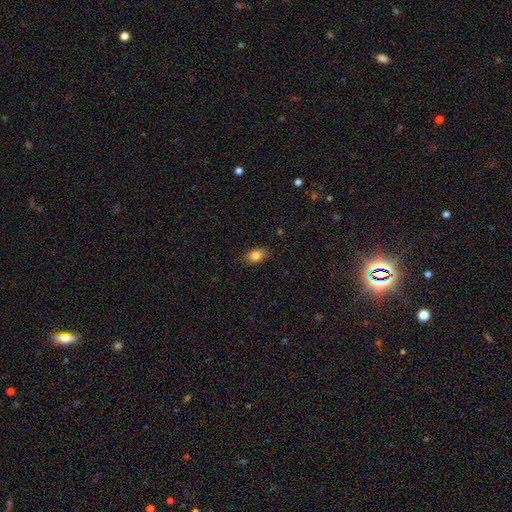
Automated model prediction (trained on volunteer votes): Smooth or featured: smooth — 83% (star or artifact — 9%)
How rounded: in between — 83% (round — 15%)
Merging: none — 83% (minor disturbance — 13%)